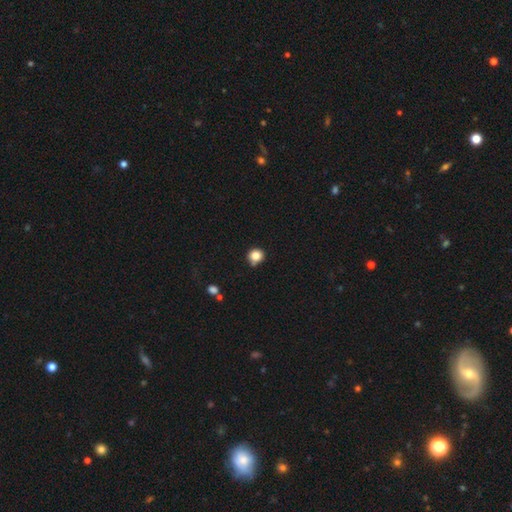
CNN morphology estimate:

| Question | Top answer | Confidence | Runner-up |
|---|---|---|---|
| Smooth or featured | smooth | 84% | star or artifact (11%) |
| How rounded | round | 90% | in between (9%) |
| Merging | none | 74% | minor disturbance (16%) |